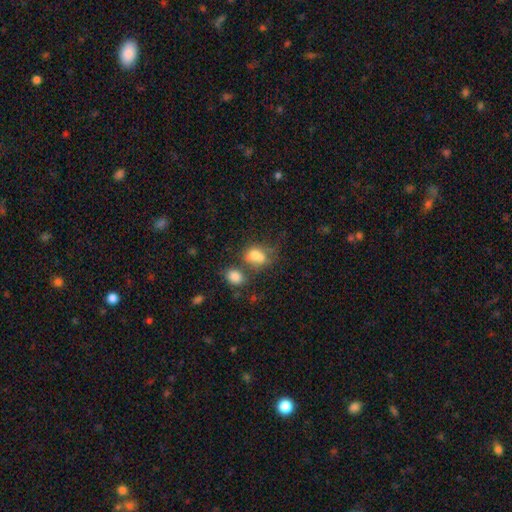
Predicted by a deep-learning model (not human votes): smooth-or-featured: smooth: 72% | featured or disk: 16% | star or artifact: 12%
  how-rounded: in between: 60% | round: 38% | cigar-shaped: 2%
  merging: merger: 46% | none: 29% | minor disturbance: 15% | major disturbance: 10%